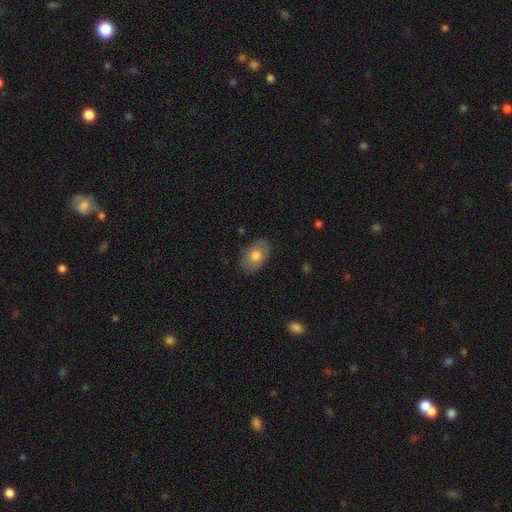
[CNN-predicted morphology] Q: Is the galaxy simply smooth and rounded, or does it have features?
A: smooth — 74%.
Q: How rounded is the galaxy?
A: in between — 88%.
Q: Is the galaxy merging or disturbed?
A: none — 82%.